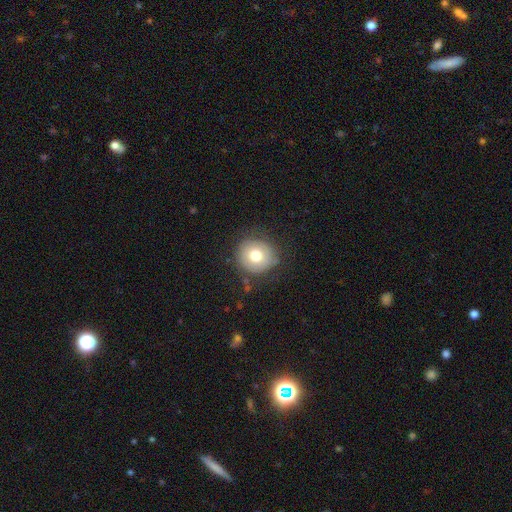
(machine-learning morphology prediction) Smooth or featured?
  - smooth: 74% *
  - featured or disk: 17%
  - star or artifact: 9%
How rounded?
  - round: 89% *
  - in between: 10%
  - cigar-shaped: 1%
Merging?
  - none: 79% *
  - minor disturbance: 14%
  - major disturbance: 5%
  - merger: 2%